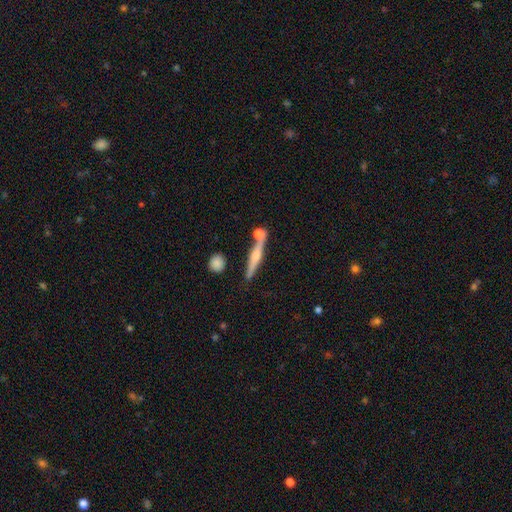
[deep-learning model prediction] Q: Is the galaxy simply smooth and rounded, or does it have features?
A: featured or disk — 64%.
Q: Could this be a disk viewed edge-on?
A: yes — 97%.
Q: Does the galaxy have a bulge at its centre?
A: rounded — 78%.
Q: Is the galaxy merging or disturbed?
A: none — 74%.